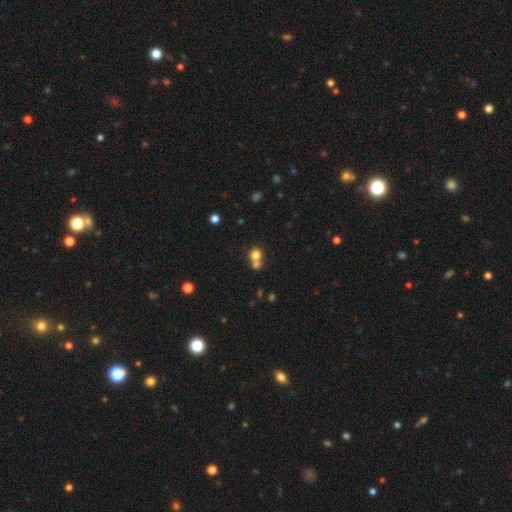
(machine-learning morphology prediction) Smooth or featured: smooth — 75% (star or artifact — 13%)
How rounded: round — 81% (in between — 18%)
Merging: merger — 56% (none — 35%)